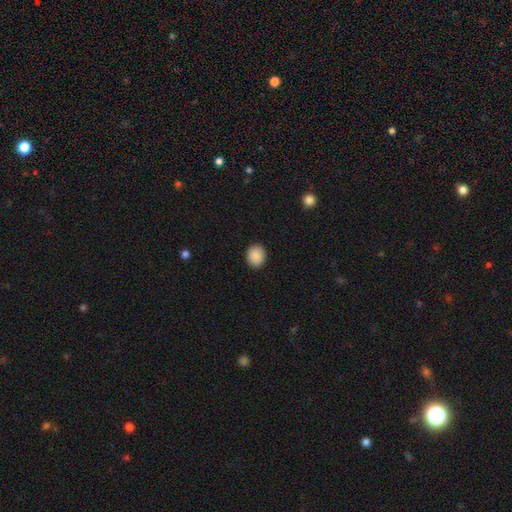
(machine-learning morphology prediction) The model was most divided on "how rounded": round: 72%, in between: 27%, cigar-shaped: 1%. More confident: merging — none (91%); smooth or featured — smooth (88%).